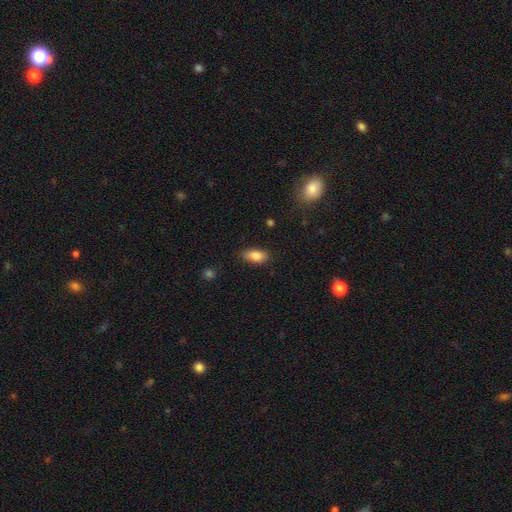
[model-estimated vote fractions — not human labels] Smooth or featured? Predicted: smooth (p=0.83). How rounded? Predicted: in between (p=0.87). Merging? Predicted: none (p=0.81).